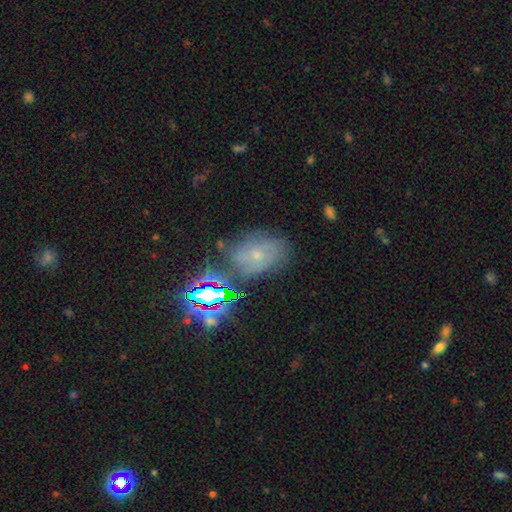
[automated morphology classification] star or artifact 36%, featured or disk 34%, smooth 30%.